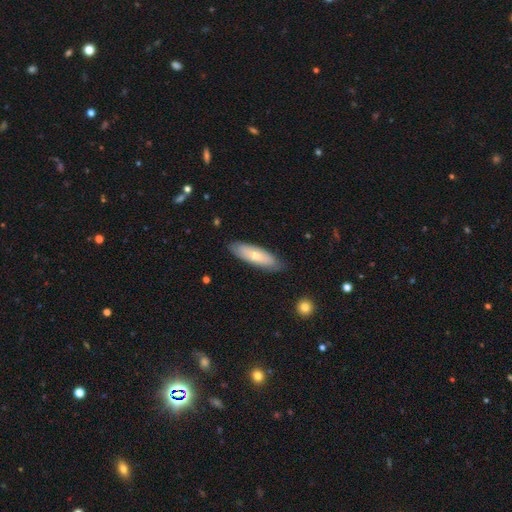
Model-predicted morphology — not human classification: A smooth galaxy with no disk features (63%) that is in between round and cigar-shaped (54%).

Vote fractions:
- Smooth or featured? smooth: 63% / featured or disk: 32% / star or artifact: 6%
- How rounded? in between: 54% / cigar-shaped: 44% / round: 2%
- Merging? none: 83% / minor disturbance: 13% / major disturbance: 2% / merger: 1%